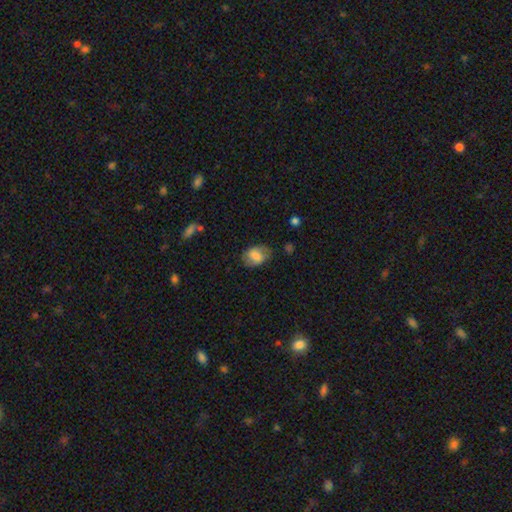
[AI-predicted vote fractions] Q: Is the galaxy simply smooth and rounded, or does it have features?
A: smooth — 68%.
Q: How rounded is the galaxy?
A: in between — 77%.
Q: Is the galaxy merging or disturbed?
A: none — 64%.